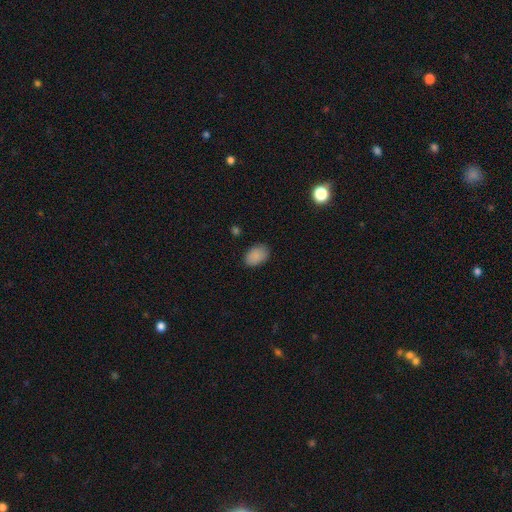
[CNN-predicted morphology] Overall: smooth (88%). How rounded: in between (86%). Merging: none (85%).